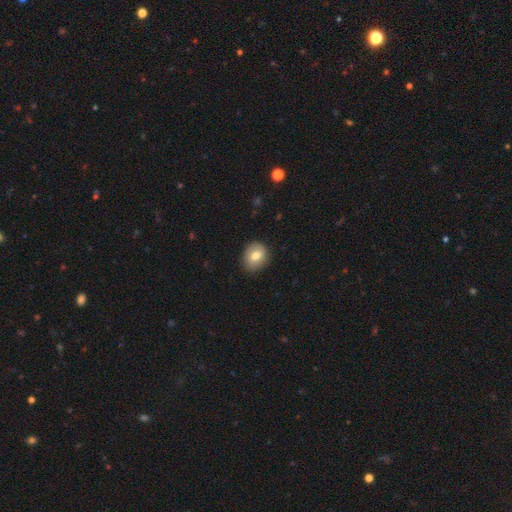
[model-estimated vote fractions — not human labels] Q: Smooth or featured?
A: smooth (75%); runner-up: featured or disk (16%)
Q: How rounded?
A: round (56%); runner-up: in between (43%)
Q: Merging?
A: none (84%); runner-up: minor disturbance (13%)